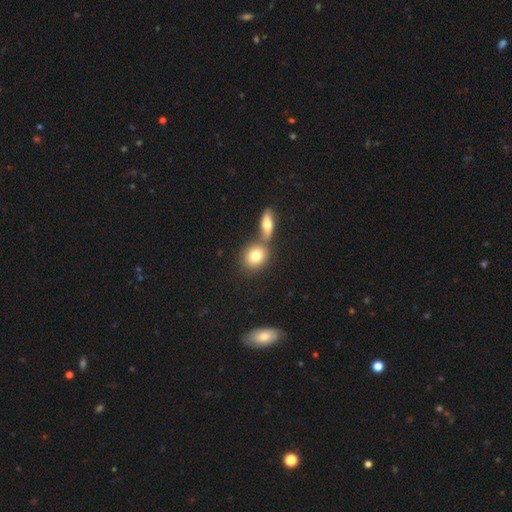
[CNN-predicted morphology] smooth 78%, featured or disk 14%, star or artifact 8%. Down the decision tree: how rounded — round (59%); merging — none (50%).